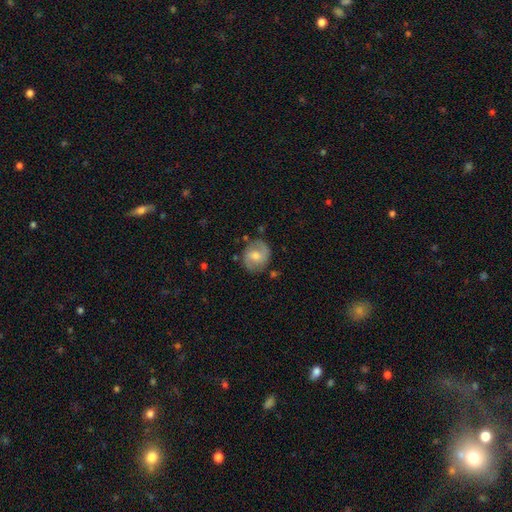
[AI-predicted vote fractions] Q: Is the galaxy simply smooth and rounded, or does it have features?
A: featured or disk — 67%.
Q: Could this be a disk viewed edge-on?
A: no — 97%.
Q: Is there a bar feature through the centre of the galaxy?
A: weak — 49%.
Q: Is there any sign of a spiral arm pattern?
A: yes — 89%.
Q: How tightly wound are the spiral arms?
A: medium — 50%.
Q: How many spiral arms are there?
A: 2 — 86%.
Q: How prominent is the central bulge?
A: moderate — 61%.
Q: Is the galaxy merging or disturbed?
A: none — 78%.